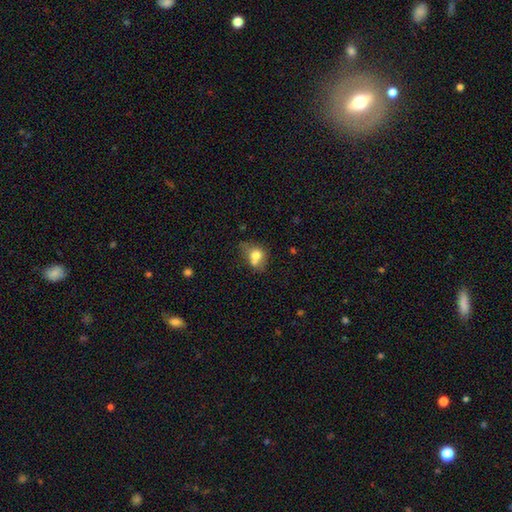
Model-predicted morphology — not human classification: type=smooth (71%); roundness=in between (52%); merging=none (34%).